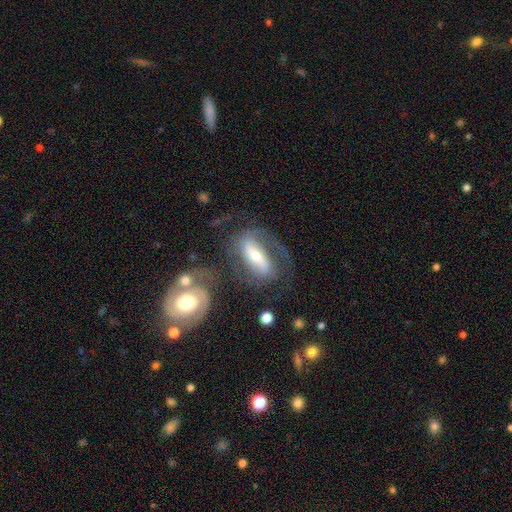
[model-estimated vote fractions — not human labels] A featured or disk galaxy (78%) with a strong bar (62%), 2 (80%) medium (45%) spiral arms (90%) and a moderate central bulge (54%). Merging: none (52%).